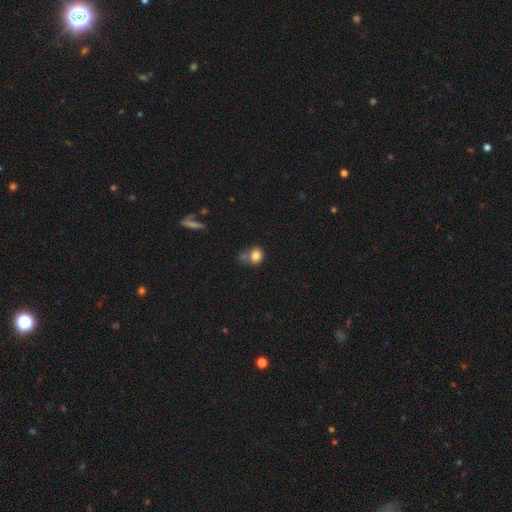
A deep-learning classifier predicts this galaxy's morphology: Smooth or featured? smooth (80%)
How rounded? round (67%)
Merging? none (49%)